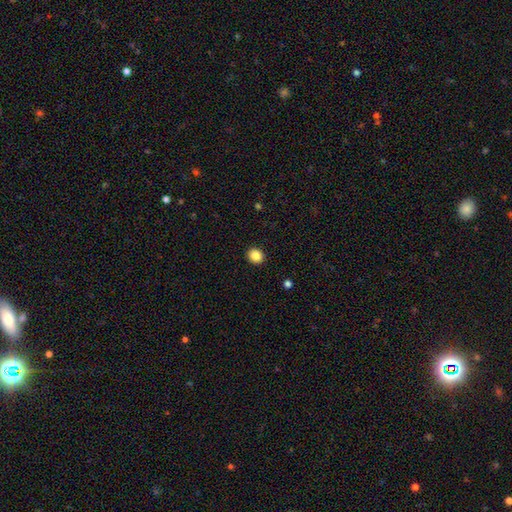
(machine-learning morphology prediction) Overall: smooth (86%). How rounded: round (77%). Merging: none (92%).